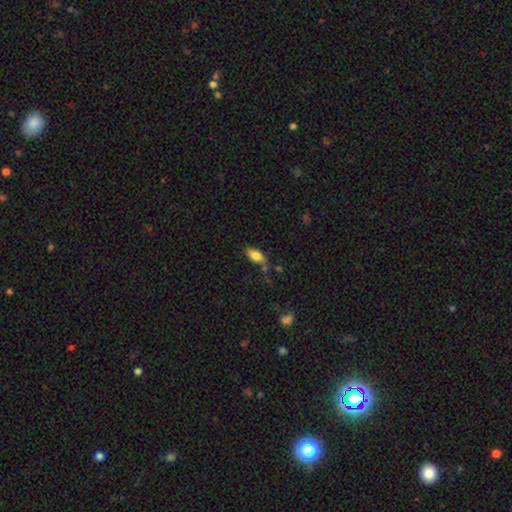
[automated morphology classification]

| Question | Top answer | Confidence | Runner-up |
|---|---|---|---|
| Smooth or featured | smooth | 79% | featured or disk (14%) |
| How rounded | in between | 86% | cigar-shaped (11%) |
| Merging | none | 61% | minor disturbance (23%) |